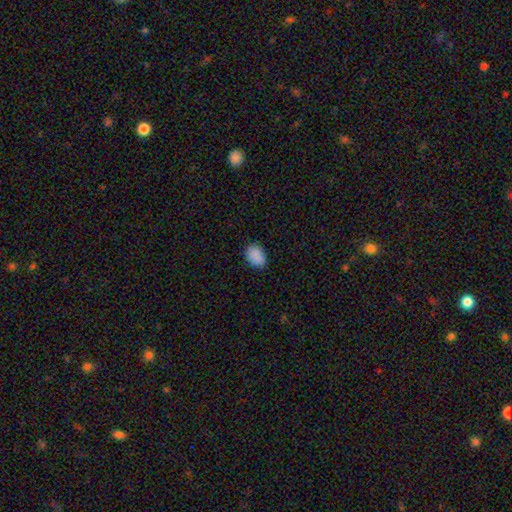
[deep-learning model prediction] Smooth or featured: smooth — 88% (star or artifact — 9%)
How rounded: in between — 73% (round — 26%)
Merging: none — 81% (minor disturbance — 15%)